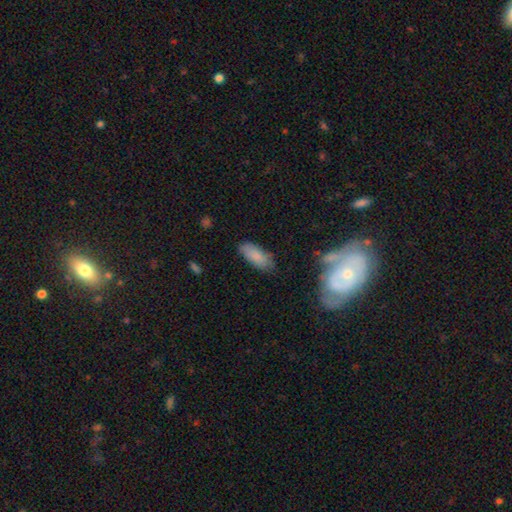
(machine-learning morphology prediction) Smooth or featured: smooth — 83% (featured or disk — 9%)
How rounded: in between — 81% (cigar-shaped — 18%)
Merging: none — 75% (minor disturbance — 18%)